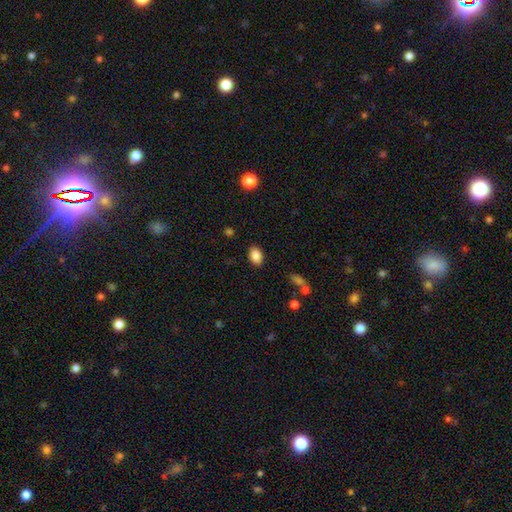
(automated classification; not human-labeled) Smooth or featured? Predicted: smooth (p=0.86). How rounded? Predicted: in between (p=0.84). Merging? Predicted: none (p=0.87).